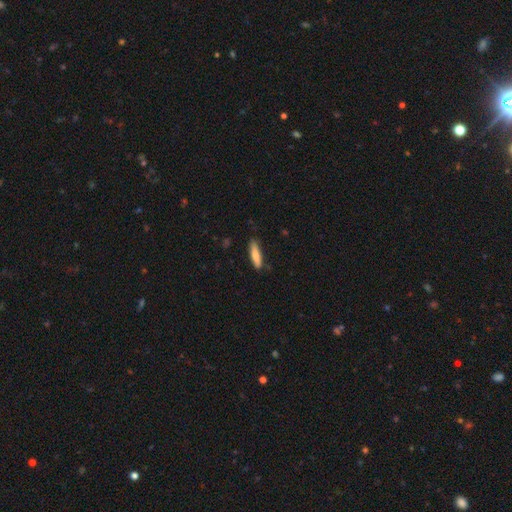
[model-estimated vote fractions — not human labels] A smooth galaxy with no disk features (80%) that is cigar-shaped (78%). Merging: none (83%).